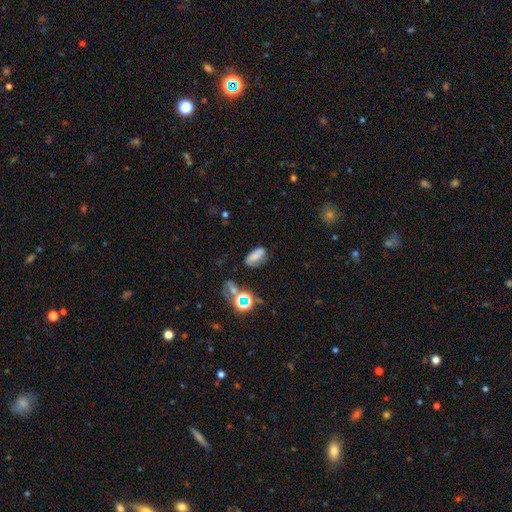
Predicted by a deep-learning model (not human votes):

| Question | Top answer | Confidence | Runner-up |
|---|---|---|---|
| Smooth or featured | smooth | 68% | star or artifact (18%) |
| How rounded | in between | 84% | cigar-shaped (9%) |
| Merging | none | 68% | minor disturbance (20%) |